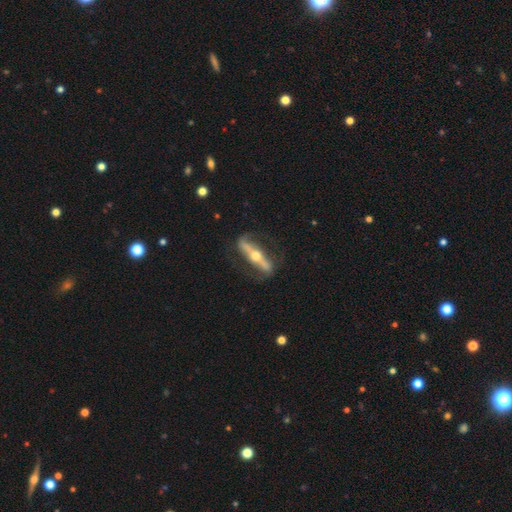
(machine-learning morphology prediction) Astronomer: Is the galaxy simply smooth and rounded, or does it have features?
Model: featured or disk — 80%.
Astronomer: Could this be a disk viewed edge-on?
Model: yes — 61% (runner-up: no, 39%).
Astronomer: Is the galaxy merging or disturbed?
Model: none — 72%.